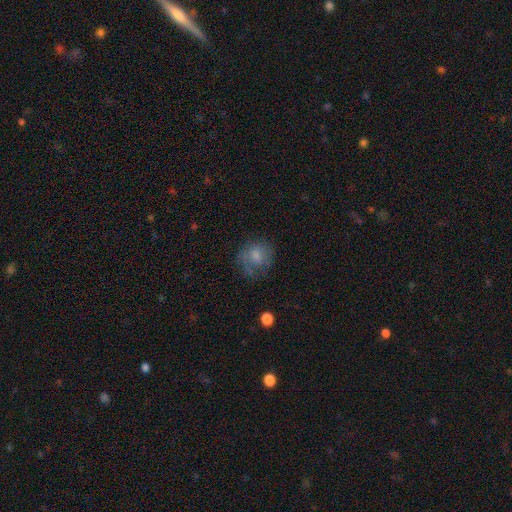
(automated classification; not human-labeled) Smooth or featured? smooth (68%)
How rounded? round (68%)
Merging? none (53%)